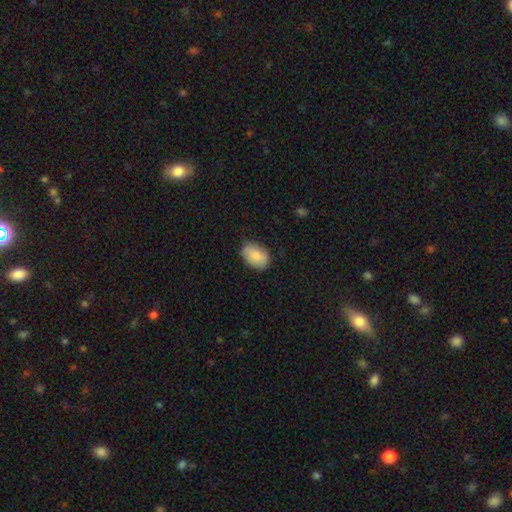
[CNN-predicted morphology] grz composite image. It shows a smooth galaxy with no disk features (84%) that is in between round and cigar-shaped (87%). Merging: none (78%).